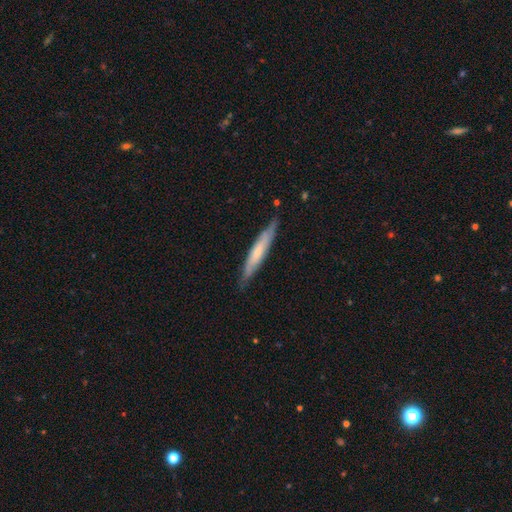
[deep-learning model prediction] Q: Smooth or featured?
A: featured or disk (49%); runner-up: smooth (45%)
Q: Merging?
A: none (85%); runner-up: minor disturbance (12%)